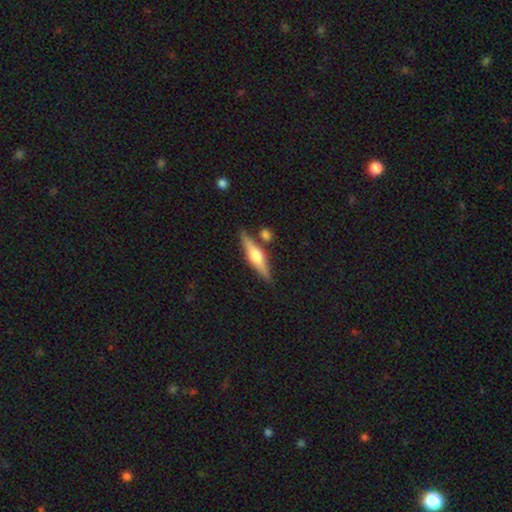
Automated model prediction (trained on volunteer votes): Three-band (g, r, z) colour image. It shows a featured or disk galaxy (62%) viewed edge-on (96%) with a rounded central bulge (91%). Merging: none (80%).